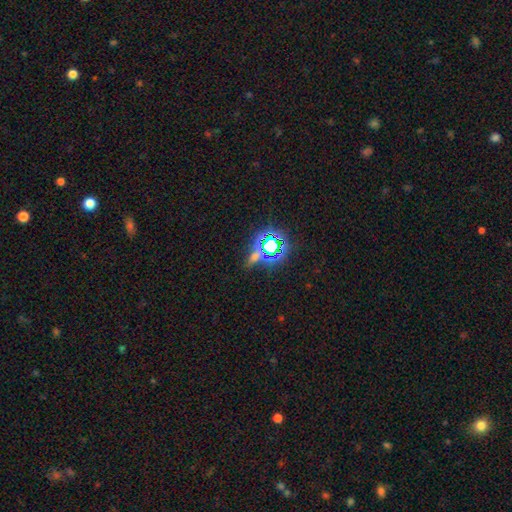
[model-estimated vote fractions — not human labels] A star or artifact, not a galaxy (65%).